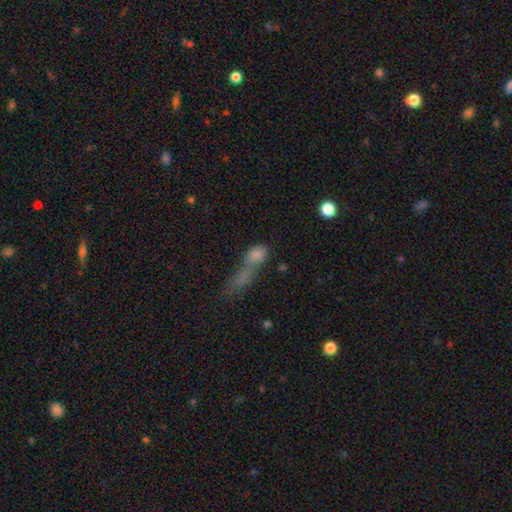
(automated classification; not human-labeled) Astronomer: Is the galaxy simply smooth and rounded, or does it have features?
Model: smooth — 71%.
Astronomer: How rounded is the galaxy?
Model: in between — 68%.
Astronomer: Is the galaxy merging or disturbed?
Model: merger — 52%.